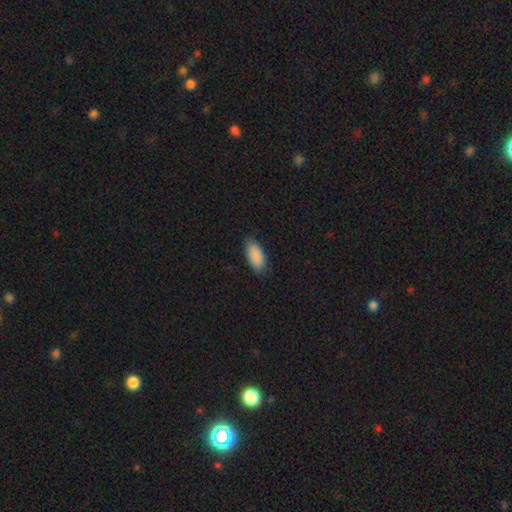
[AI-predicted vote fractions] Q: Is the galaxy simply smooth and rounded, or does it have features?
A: smooth — 90%.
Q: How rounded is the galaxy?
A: in between — 88%.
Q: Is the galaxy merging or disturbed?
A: none — 84%.